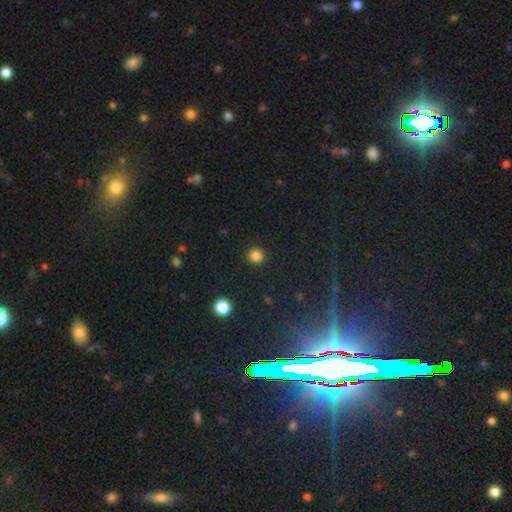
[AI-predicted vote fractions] Q: Smooth or featured?
A: smooth (84%); runner-up: star or artifact (13%)
Q: How rounded?
A: round (94%); runner-up: in between (5%)
Q: Merging?
A: none (92%); runner-up: minor disturbance (5%)